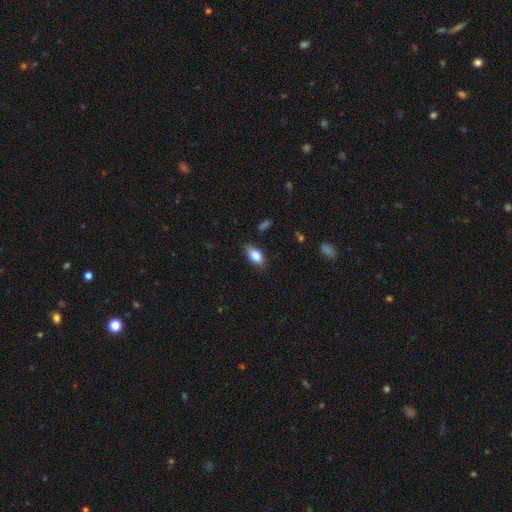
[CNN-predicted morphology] Smooth or featured: smooth — 77% (featured or disk — 15%)
How rounded: in between — 85% (round — 9%)
Merging: none — 80% (minor disturbance — 16%)